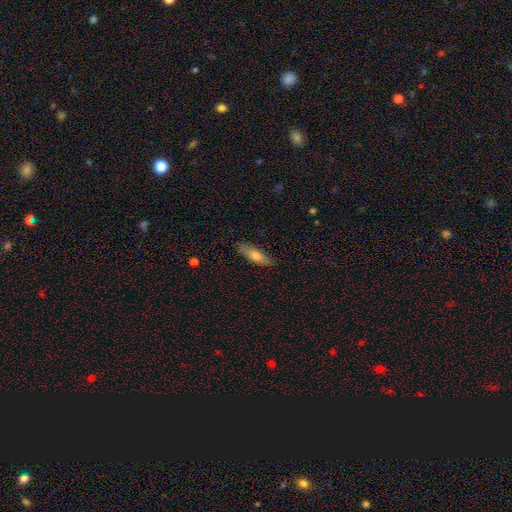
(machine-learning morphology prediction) Smooth or featured? smooth (70%)
How rounded? in between (50%)
Merging? none (79%)